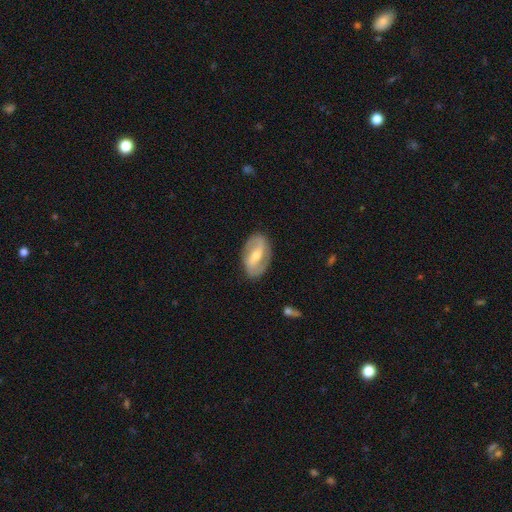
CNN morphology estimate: This appears to be a featured or disk galaxy (76%) with a strong bar (52%), 2 (87%) medium (42%) spiral arms (79%) and a moderate central bulge (52%). Merging: none (83%).